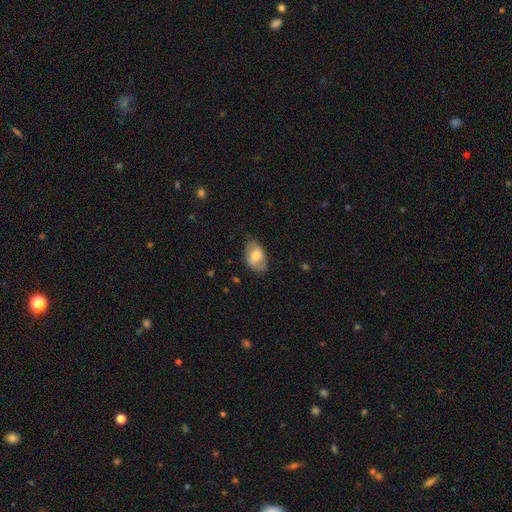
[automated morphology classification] type=smooth (49%); merging=none (71%).